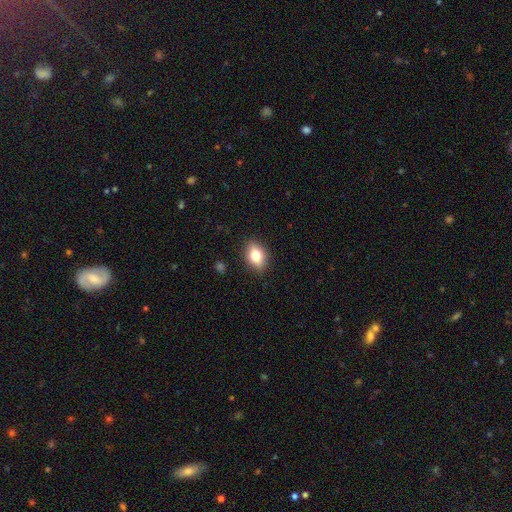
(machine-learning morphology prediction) smooth-or-featured: smooth: 77% | featured or disk: 14% | star or artifact: 8%
  how-rounded: in between: 79% | round: 18% | cigar-shaped: 3%
  merging: none: 88% | minor disturbance: 9% | major disturbance: 2% | merger: 1%